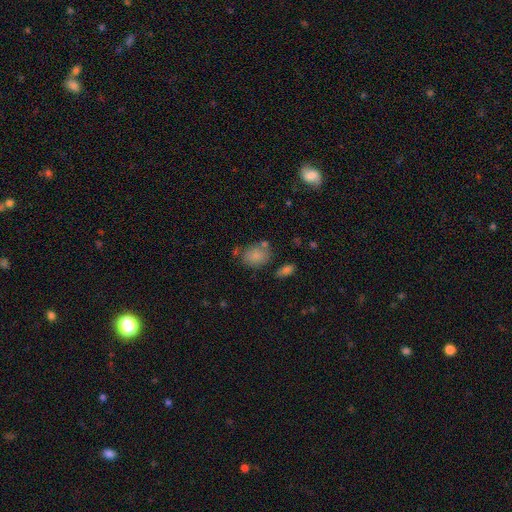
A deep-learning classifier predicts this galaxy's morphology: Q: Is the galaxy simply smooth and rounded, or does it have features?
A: smooth — 83%.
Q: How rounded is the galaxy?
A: in between — 61%.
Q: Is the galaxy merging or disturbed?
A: none — 61%.